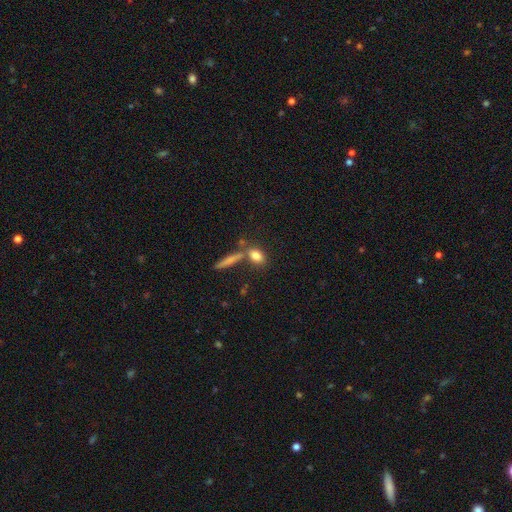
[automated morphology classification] smooth-or-featured: smooth: 79% | featured or disk: 12% | star or artifact: 9%
  how-rounded: in between: 66% | round: 20% | cigar-shaped: 14%
  merging: none: 62% | merger: 21% | minor disturbance: 12% | major disturbance: 5%